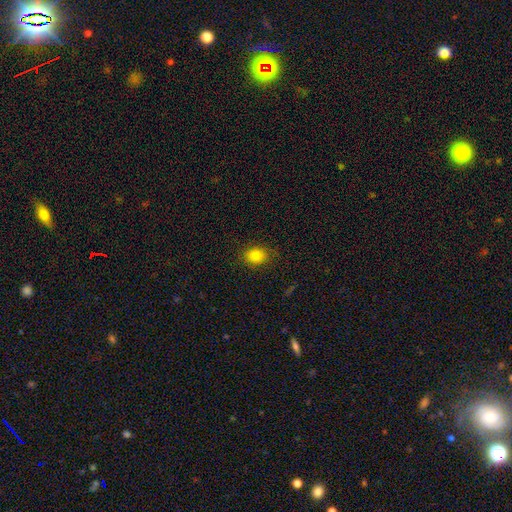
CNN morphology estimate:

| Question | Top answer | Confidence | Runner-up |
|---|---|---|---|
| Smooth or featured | smooth | 83% | star or artifact (11%) |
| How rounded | round | 53% | in between (46%) |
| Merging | none | 83% | minor disturbance (13%) |